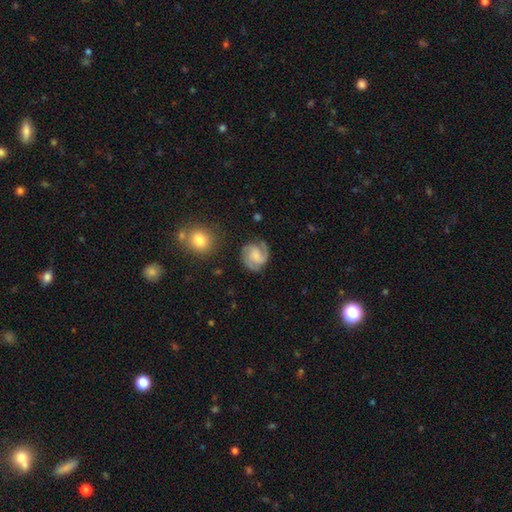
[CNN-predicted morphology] A featured or disk galaxy (78%) with no bar (48%), 2 (69%) medium (48%) spiral arms (96%) and no central bulge (33%).

Vote fractions:
- Smooth or featured? featured or disk: 78% / smooth: 16% / star or artifact: 6%
- Edge-on disk? no: 98% / yes: 2%
- Bar? no: 48% / weak: 42% / strong: 10%
- Spiral arms? yes: 96% / no: 4%
- Spiral winding? medium: 48% / tight: 38% / loose: 14%
- Spiral arm count? 2: 69% / 3: 15% / can't tell: 8% / 1: 4% / 4: 2% / more than 4: 2%
- Bulge size? none: 33% / small: 32% / moderate: 26% / large: 8% / dominant: 2%
- Merging? none: 75% / minor disturbance: 16% / major disturbance: 7% / merger: 2%